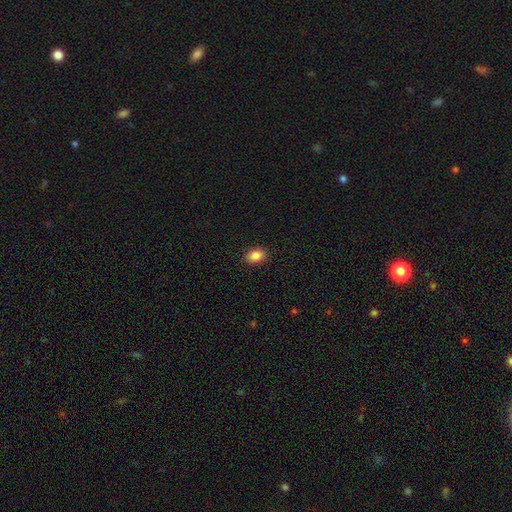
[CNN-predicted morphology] smooth-or-featured: smooth: 87% | star or artifact: 8% | featured or disk: 4%
  how-rounded: in between: 84% | round: 15% | cigar-shaped: 1%
  merging: none: 90% | minor disturbance: 7% | major disturbance: 2% | merger: 1%